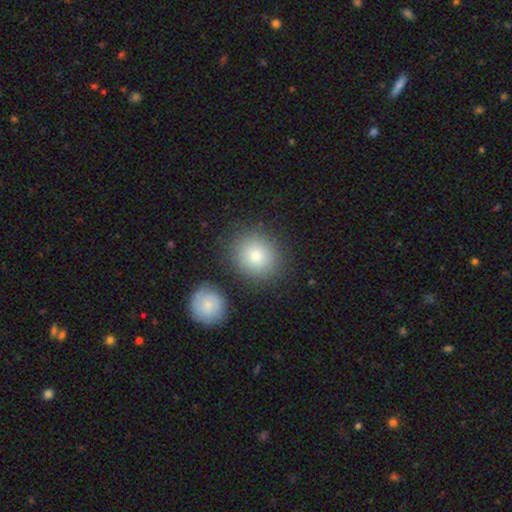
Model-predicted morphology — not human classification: Smooth or featured?
  - smooth: 82% *
  - featured or disk: 9%
  - star or artifact: 9%
How rounded?
  - round: 76% *
  - in between: 23%
  - cigar-shaped: 1%
Merging?
  - none: 81% *
  - minor disturbance: 10%
  - merger: 6%
  - major disturbance: 3%